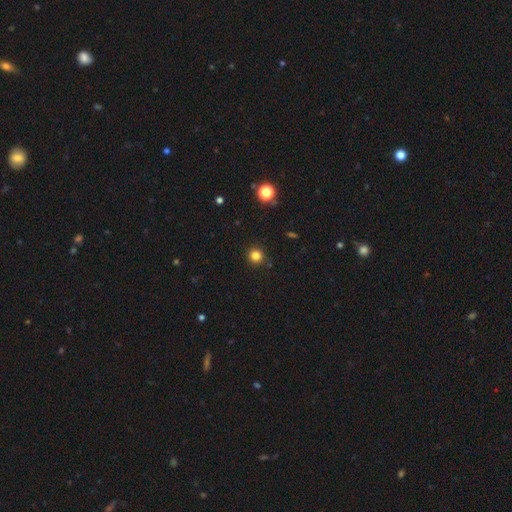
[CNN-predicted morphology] Smooth or featured?
  - smooth: 81% *
  - star or artifact: 14%
  - featured or disk: 5%
How rounded?
  - round: 94% *
  - in between: 5%
  - cigar-shaped: 1%
Merging?
  - none: 90% *
  - minor disturbance: 6%
  - major disturbance: 2%
  - merger: 2%